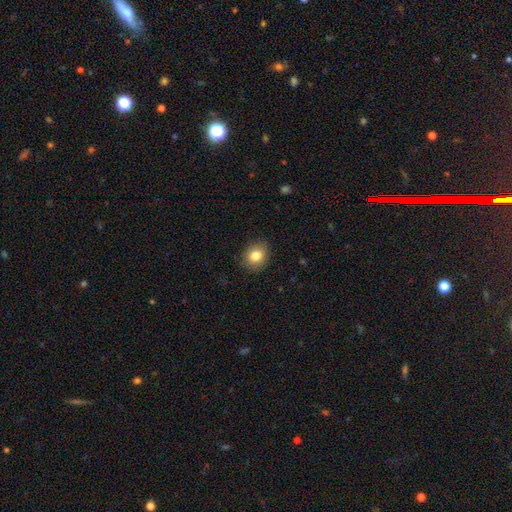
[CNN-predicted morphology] The model was most divided on "how rounded": round: 68%, in between: 31%, cigar-shaped: 1%. More confident: merging — none (88%); smooth or featured — smooth (82%).